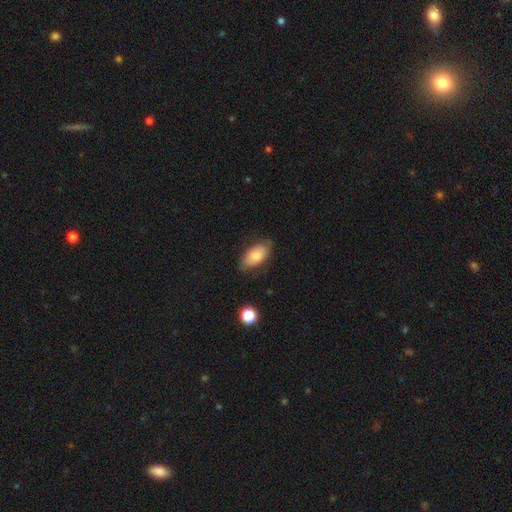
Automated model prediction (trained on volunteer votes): Smooth or featured? smooth (73%)
How rounded? in between (93%)
Merging? none (72%)